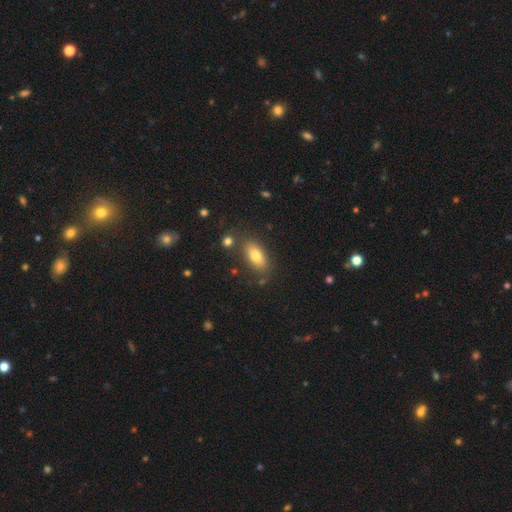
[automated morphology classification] smooth 77%, featured or disk 15%, star or artifact 8%. Down the decision tree: how rounded — in between (86%); merging — none (78%).